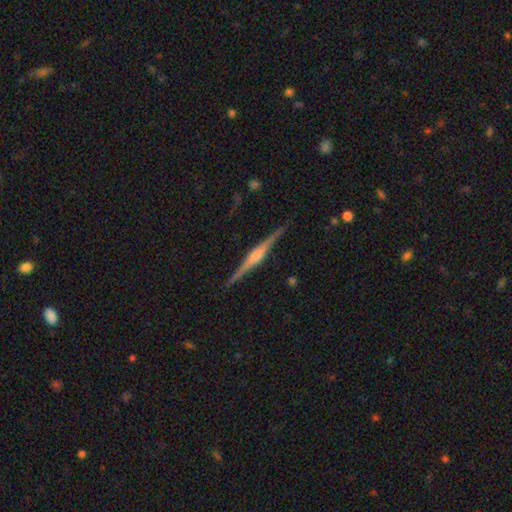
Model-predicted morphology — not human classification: smooth_or_featured: featured or disk (p=0.84) [alt: smooth p=0.11]
disk_edge_on: yes (p=0.98) [alt: no p=0.02]
edge_on_bulge: rounded (p=0.69) [alt: boxy p=0.23]
merging: none (p=0.91) [alt: minor disturbance p=0.07]